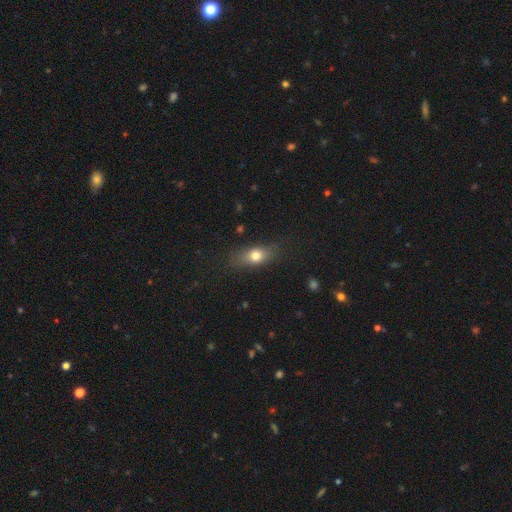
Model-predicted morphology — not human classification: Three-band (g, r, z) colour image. It shows a smooth galaxy with no disk features (74%) that is in between round and cigar-shaped (71%). Merging: none (77%).